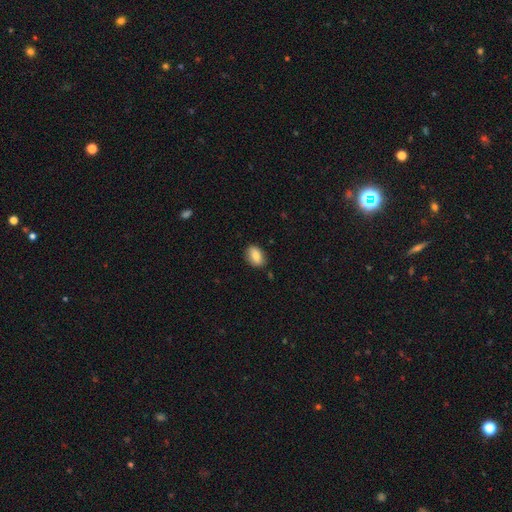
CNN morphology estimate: Smooth or featured: smooth — 83% (featured or disk — 10%)
How rounded: in between — 84% (round — 14%)
Merging: none — 83% (minor disturbance — 13%)